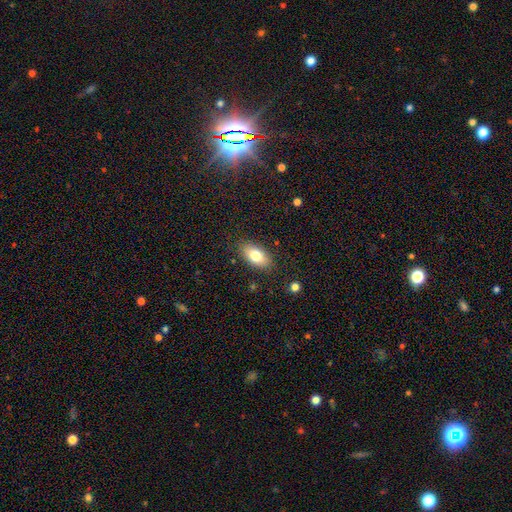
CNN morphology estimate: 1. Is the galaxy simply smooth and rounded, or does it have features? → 77% smooth, 15% featured or disk, 8% star or artifact.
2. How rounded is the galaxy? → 91% in between, 5% round, 4% cigar-shaped.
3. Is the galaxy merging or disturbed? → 85% none, 11% minor disturbance, 3% major disturbance, 1% merger.